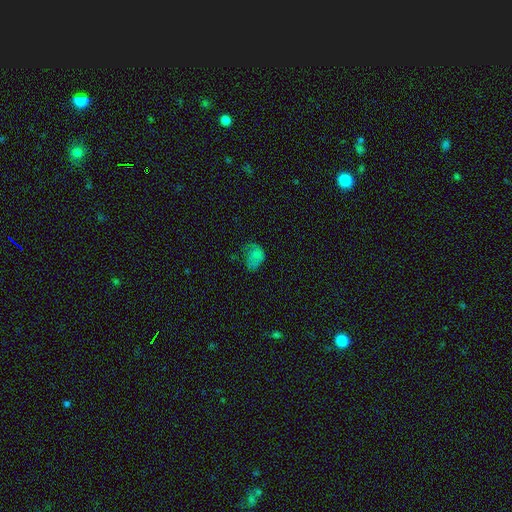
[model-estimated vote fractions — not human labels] Overall: smooth (66%). How rounded: in between (70%). Merging: minor disturbance (33%; major disturbance 32%).